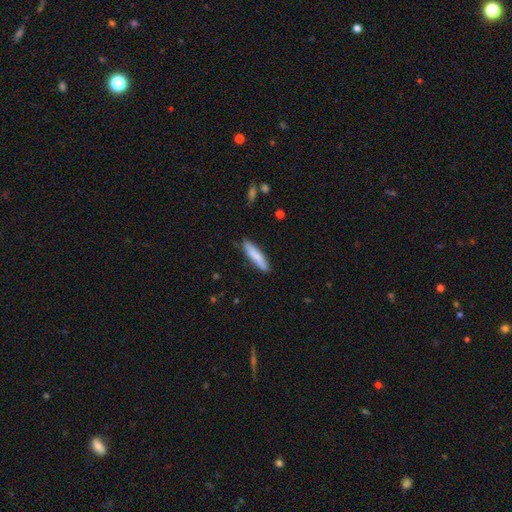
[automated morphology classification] Smooth or featured? Predicted: smooth (p=0.80). How rounded? Predicted: cigar-shaped (p=0.82). Merging? Predicted: none (p=0.86).